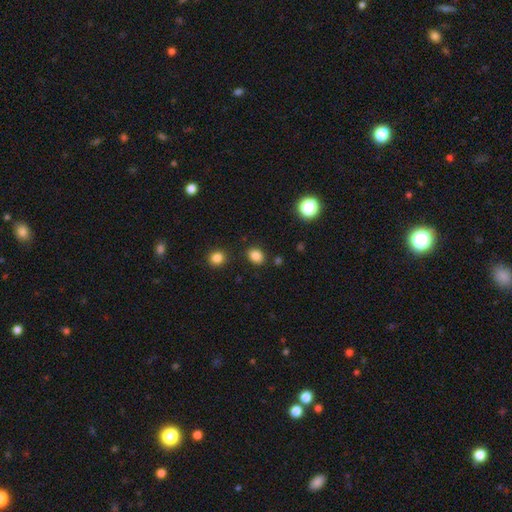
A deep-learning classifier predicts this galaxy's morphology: A smooth galaxy with no disk features (84%) that is in between round and cigar-shaped (52%).

Vote fractions:
- Smooth or featured? smooth: 84% / star or artifact: 12% / featured or disk: 4%
- How rounded? in between: 52% / round: 47% / cigar-shaped: 1%
- Merging? none: 85% / minor disturbance: 9% / merger: 4% / major disturbance: 3%